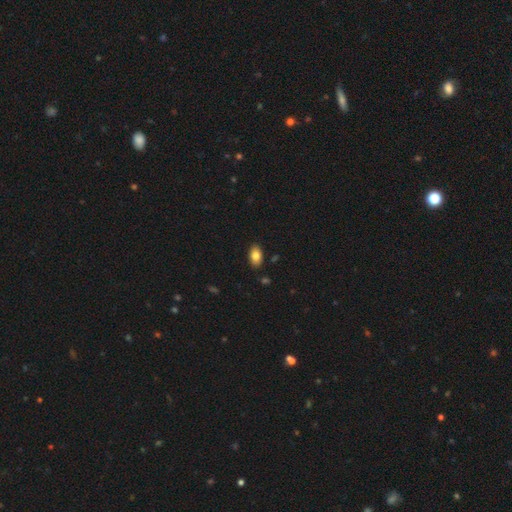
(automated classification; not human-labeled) Smooth or featured: smooth — 83% (featured or disk — 9%)
How rounded: in between — 92% (round — 6%)
Merging: none — 88% (minor disturbance — 9%)